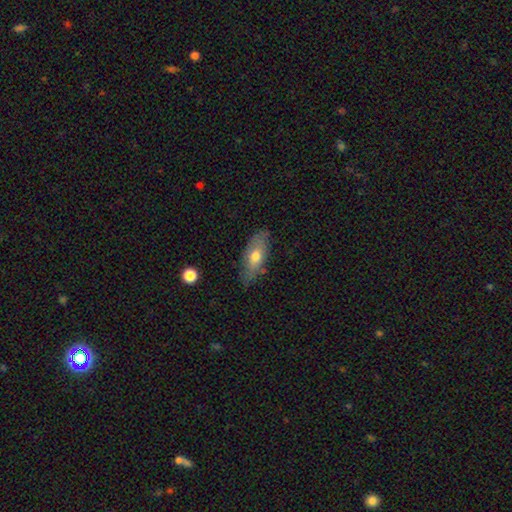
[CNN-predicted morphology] smooth 62%, featured or disk 31%, star or artifact 7%. Down the decision tree: how rounded — in between (75%); merging — none (70%).